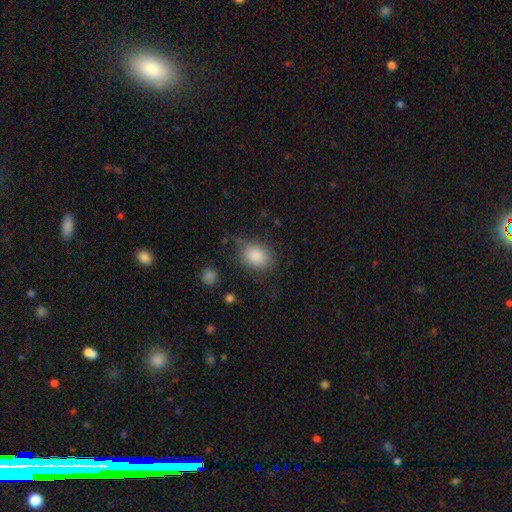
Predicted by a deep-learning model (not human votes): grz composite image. It shows a smooth galaxy with no disk features (86%) that is in between round and cigar-shaped (72%). Merging: none (72%).